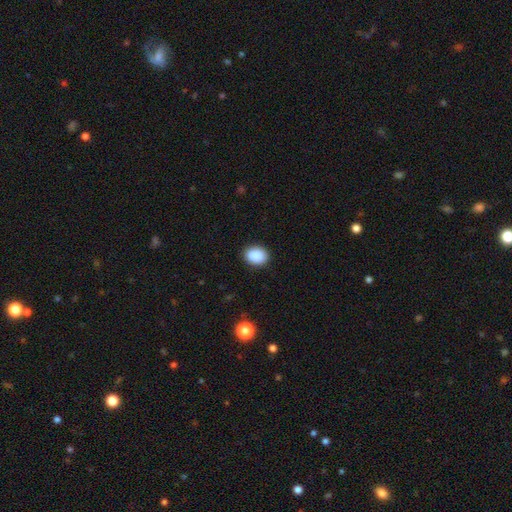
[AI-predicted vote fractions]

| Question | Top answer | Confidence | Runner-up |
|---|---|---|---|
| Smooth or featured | smooth | 90% | star or artifact (8%) |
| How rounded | in between | 64% | round (35%) |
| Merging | none | 89% | minor disturbance (8%) |